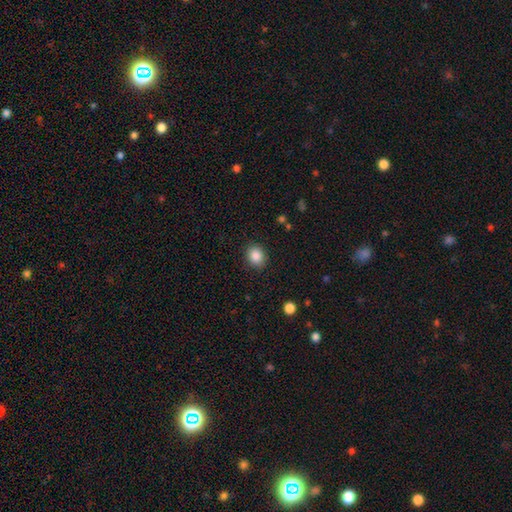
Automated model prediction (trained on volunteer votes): smooth_or_featured: smooth (p=0.87) [alt: star or artifact p=0.09]
how_rounded: round (p=0.61) [alt: in between p=0.39]
merging: none (p=0.88) [alt: minor disturbance p=0.08]